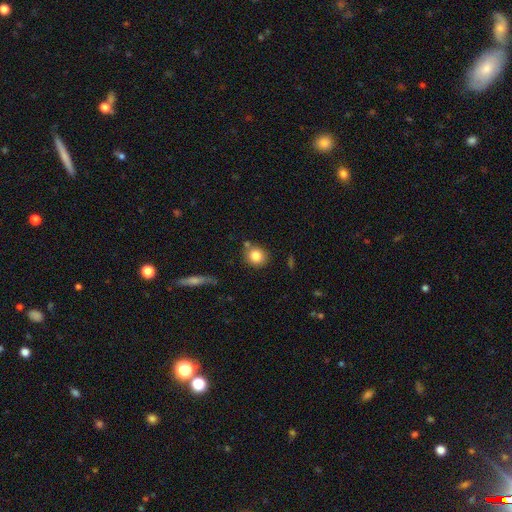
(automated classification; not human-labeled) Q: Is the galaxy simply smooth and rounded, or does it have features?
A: smooth — 83%.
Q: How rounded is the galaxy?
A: round — 80%.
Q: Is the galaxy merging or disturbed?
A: none — 75%.